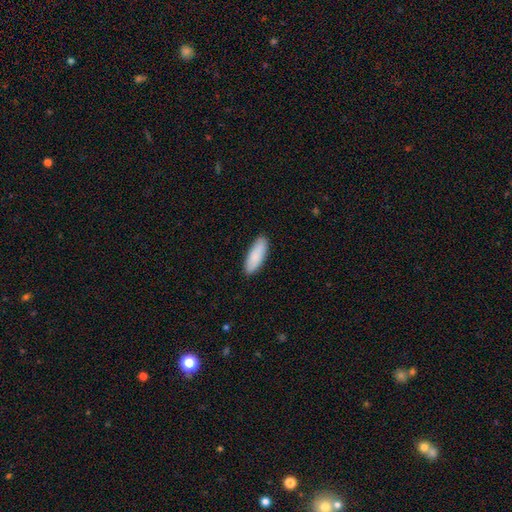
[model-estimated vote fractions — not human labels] A smooth galaxy with no disk features (87%) that is in between round and cigar-shaped (63%). Merging: none (89%).